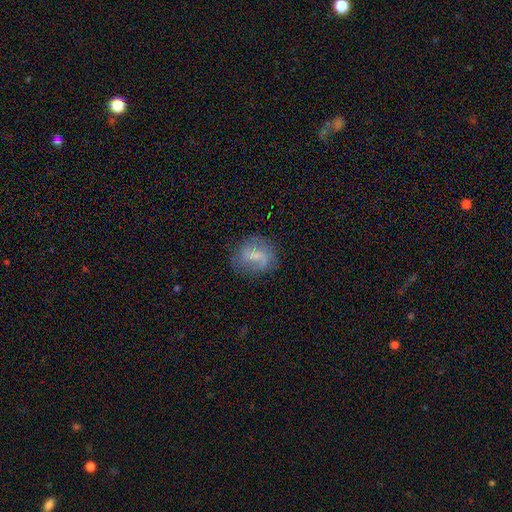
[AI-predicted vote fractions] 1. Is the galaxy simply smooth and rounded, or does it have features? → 51% featured or disk, 40% smooth, 9% star or artifact.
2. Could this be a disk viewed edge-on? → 97% no, 3% yes.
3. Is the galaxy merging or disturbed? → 66% none, 21% minor disturbance, 11% major disturbance, 2% merger.